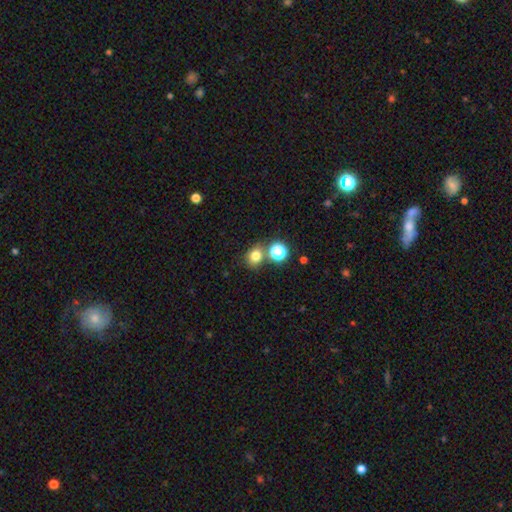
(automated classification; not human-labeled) smooth_or_featured: smooth (p=0.76) [alt: star or artifact p=0.17]
how_rounded: round (p=0.69) [alt: in between p=0.30]
merging: none (p=0.68) [alt: merger p=0.18]